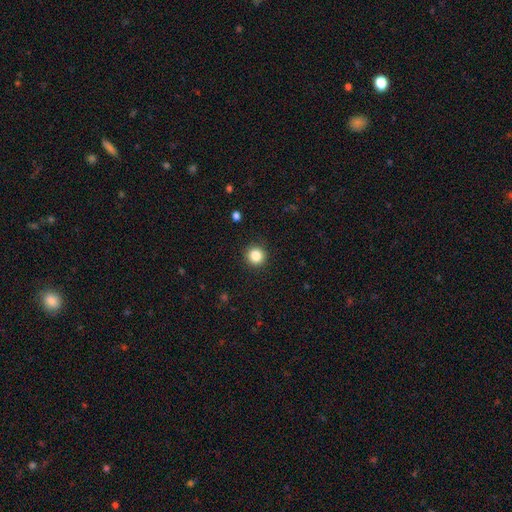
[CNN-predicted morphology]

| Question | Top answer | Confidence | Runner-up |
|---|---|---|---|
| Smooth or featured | smooth | 84% | star or artifact (11%) |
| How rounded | round | 94% | in between (5%) |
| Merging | none | 92% | minor disturbance (5%) |